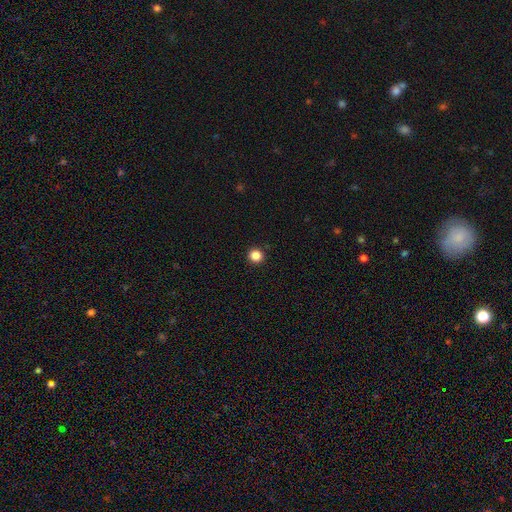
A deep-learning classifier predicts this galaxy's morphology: Overall: smooth (86%). How rounded: round (94%). Merging: none (93%).